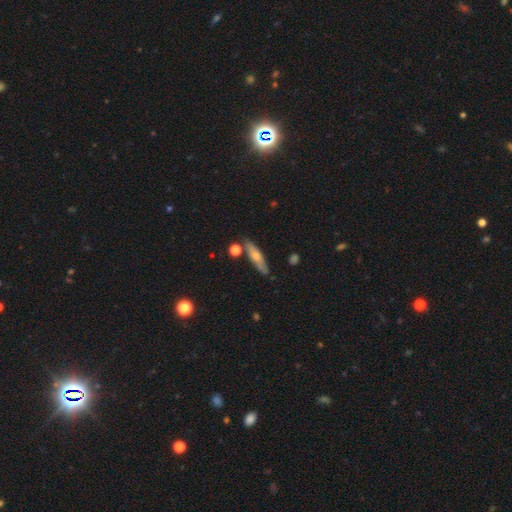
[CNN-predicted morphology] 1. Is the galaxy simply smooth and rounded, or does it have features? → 54% smooth, 40% featured or disk, 7% star or artifact.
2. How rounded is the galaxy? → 70% cigar-shaped, 27% in between, 3% round.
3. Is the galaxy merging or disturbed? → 77% none, 14% minor disturbance, 6% merger, 3% major disturbance.